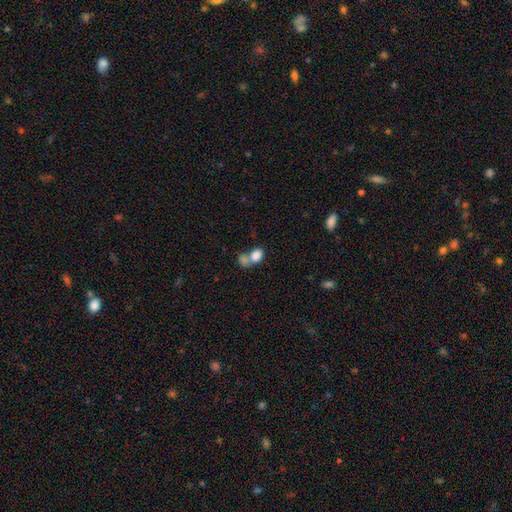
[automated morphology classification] Smooth or featured? smooth (82%)
How rounded? in between (73%)
Merging? merger (59%)